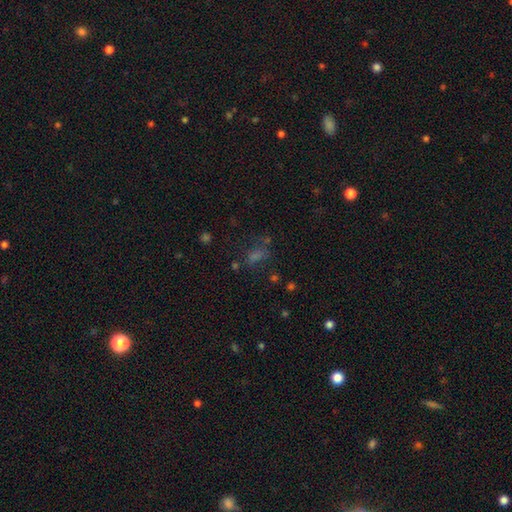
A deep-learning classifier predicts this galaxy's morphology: Smooth or featured?
  - smooth: 46% *
  - star or artifact: 38%
  - featured or disk: 17%
Merging?
  - none: 58% *
  - minor disturbance: 18%
  - major disturbance: 18%
  - merger: 6%